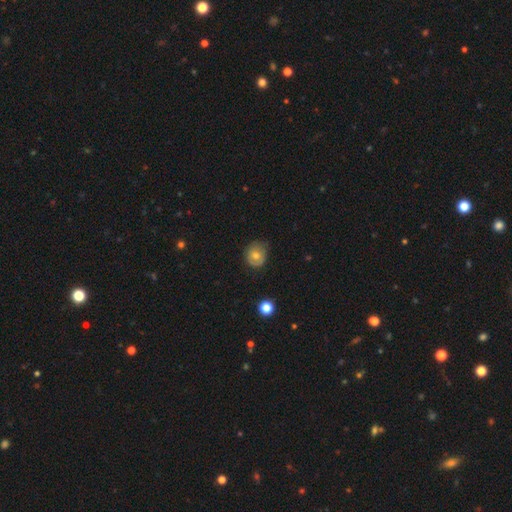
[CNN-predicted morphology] Smooth or featured: smooth — 65% (featured or disk — 26%)
How rounded: round — 75% (in between — 24%)
Merging: none — 63% (minor disturbance — 28%)